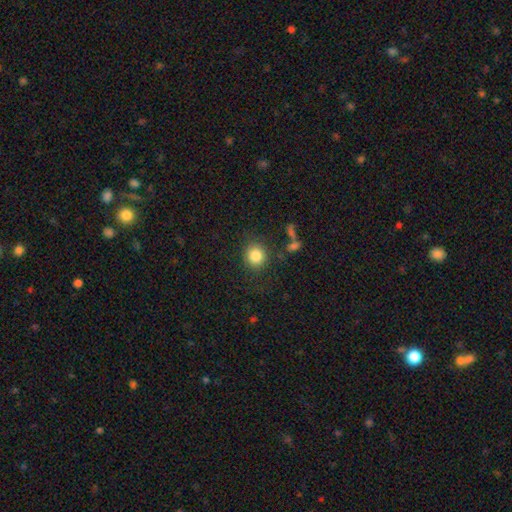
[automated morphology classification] smooth 84%, star or artifact 10%, featured or disk 6%. Down the decision tree: how rounded — round (86%); merging — none (83%).